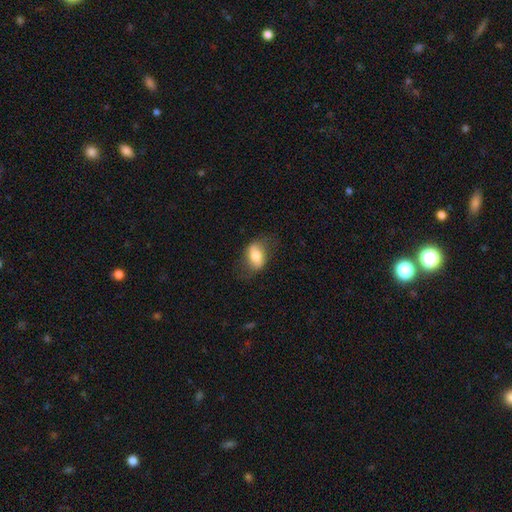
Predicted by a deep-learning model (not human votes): Smooth or featured? smooth (63%)
How rounded? in between (83%)
Merging? none (70%)